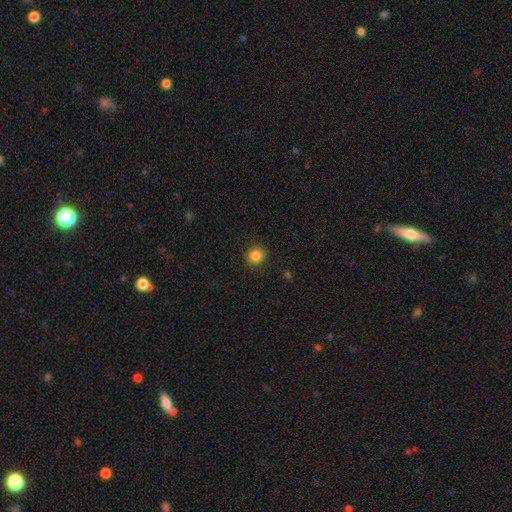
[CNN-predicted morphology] Smooth or featured: smooth — 85% (star or artifact — 11%)
How rounded: round — 90% (in between — 9%)
Merging: none — 92% (minor disturbance — 6%)